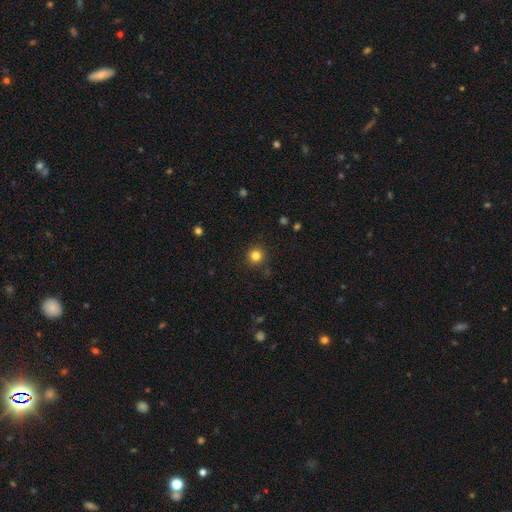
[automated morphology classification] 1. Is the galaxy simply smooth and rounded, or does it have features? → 82% smooth, 13% star or artifact, 5% featured or disk.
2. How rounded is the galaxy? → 94% round, 5% in between, 1% cigar-shaped.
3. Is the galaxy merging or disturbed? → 90% none, 7% minor disturbance, 2% major disturbance, 1% merger.